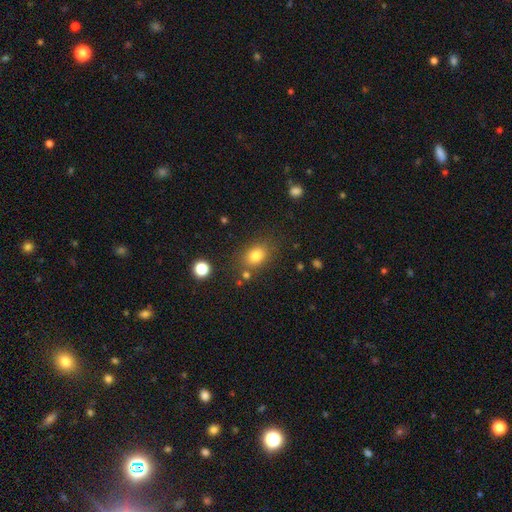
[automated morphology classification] Smooth or featured? Predicted: smooth (p=0.80). How rounded? Predicted: in between (p=0.61). Merging? Predicted: none (p=0.76).